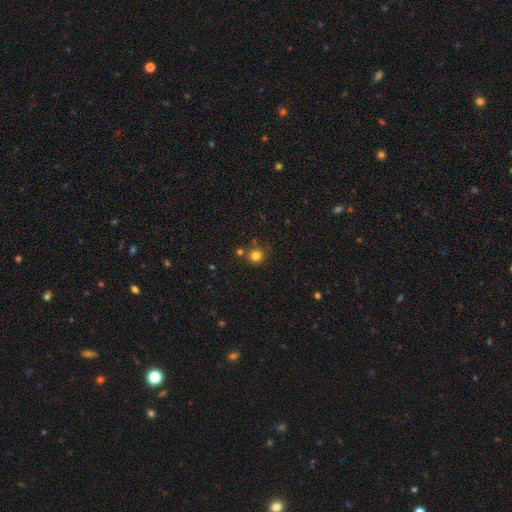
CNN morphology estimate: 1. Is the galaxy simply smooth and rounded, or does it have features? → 80% smooth, 14% star or artifact, 6% featured or disk.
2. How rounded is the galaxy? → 91% round, 8% in between, 1% cigar-shaped.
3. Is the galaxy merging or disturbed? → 74% none, 12% merger, 10% minor disturbance, 3% major disturbance.